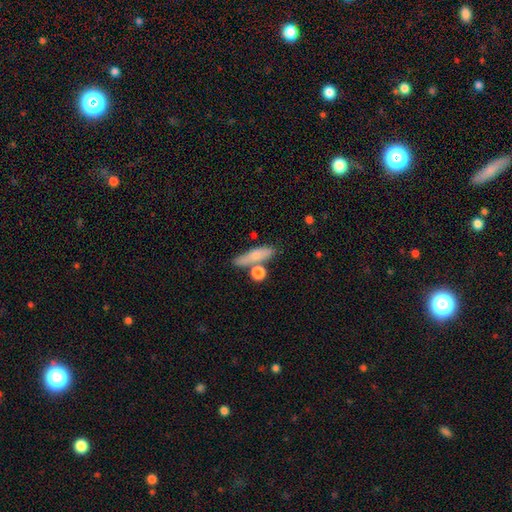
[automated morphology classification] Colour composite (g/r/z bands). It shows a smooth galaxy with no disk features (70%) that is cigar-shaped (60%). Merging: none (61%).